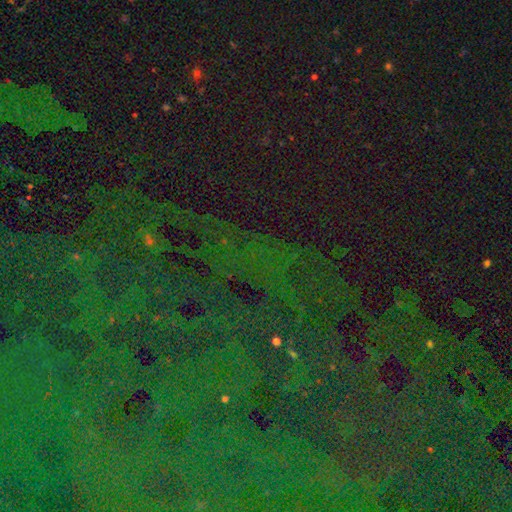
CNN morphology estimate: Smooth or featured: star or artifact — 84% (smooth — 8%)